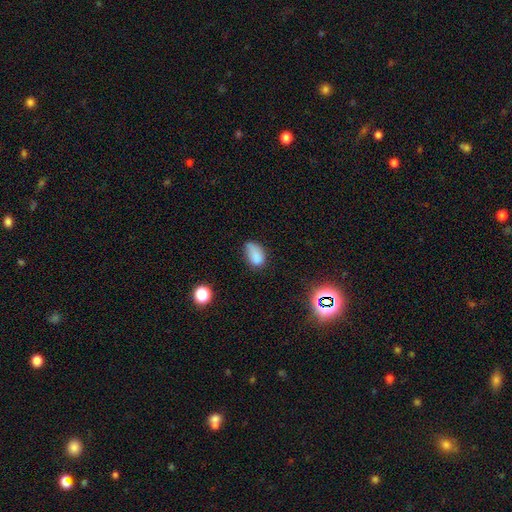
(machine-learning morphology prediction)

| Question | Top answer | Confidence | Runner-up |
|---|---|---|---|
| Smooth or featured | smooth | 81% | star or artifact (11%) |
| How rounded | in between | 89% | round (9%) |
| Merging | none | 49% | minor disturbance (36%) |